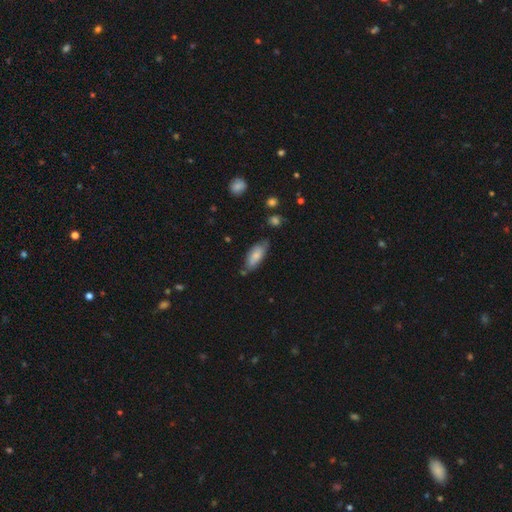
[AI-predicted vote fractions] Q: Smooth or featured?
A: smooth (73%); runner-up: featured or disk (21%)
Q: How rounded?
A: in between (80%); runner-up: cigar-shaped (18%)
Q: Merging?
A: none (66%); runner-up: minor disturbance (26%)